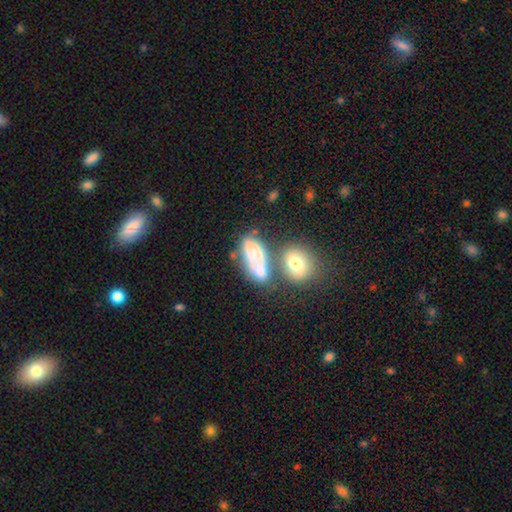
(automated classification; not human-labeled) A smooth galaxy with no disk features (46%).

Vote fractions:
- Smooth or featured? smooth: 46% / featured or disk: 42% / star or artifact: 12%
- Merging? merger: 36% / none: 29% / minor disturbance: 17% / major disturbance: 17%